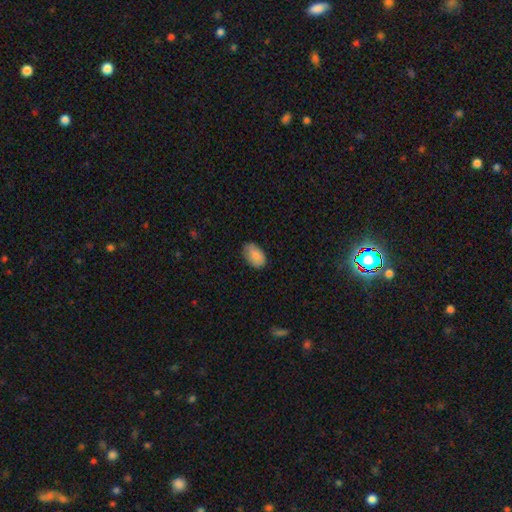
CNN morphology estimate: This is clearly a smooth galaxy (87%). How rounded: clearly in between (89%). Merging: likely none (78%).